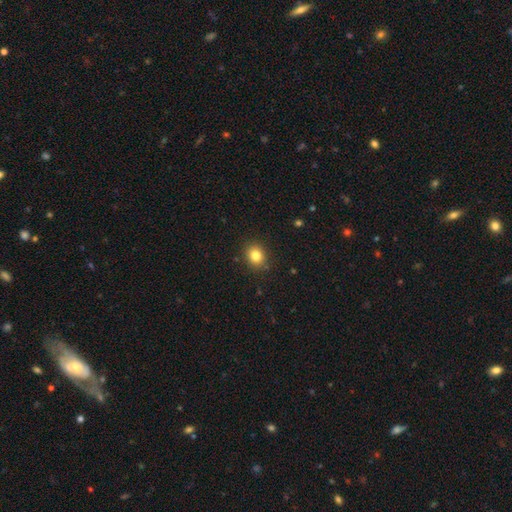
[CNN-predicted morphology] smooth_or_featured: smooth (p=0.82) [alt: star or artifact p=0.12]
how_rounded: round (p=0.78) [alt: in between p=0.21]
merging: none (p=0.90) [alt: minor disturbance p=0.07]